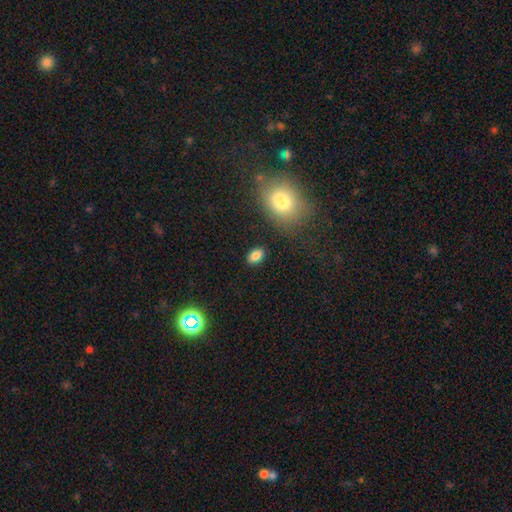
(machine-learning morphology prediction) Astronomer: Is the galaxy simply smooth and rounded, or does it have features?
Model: smooth — 84%.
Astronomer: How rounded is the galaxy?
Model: in between — 85%.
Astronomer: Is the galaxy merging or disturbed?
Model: none — 87%.